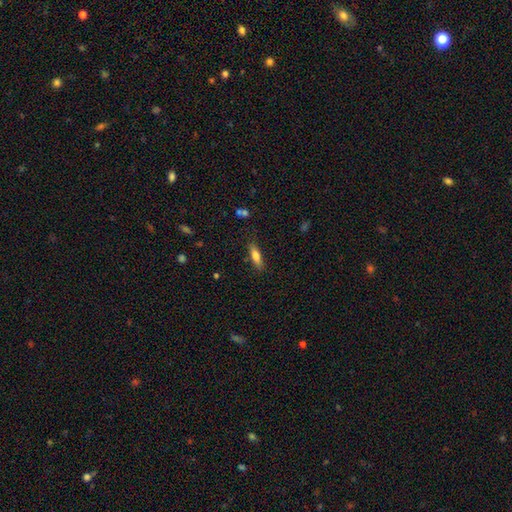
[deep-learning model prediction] This is likely a smooth galaxy (72%). How rounded: possibly cigar-shaped (54%). Merging: clearly none (82%).